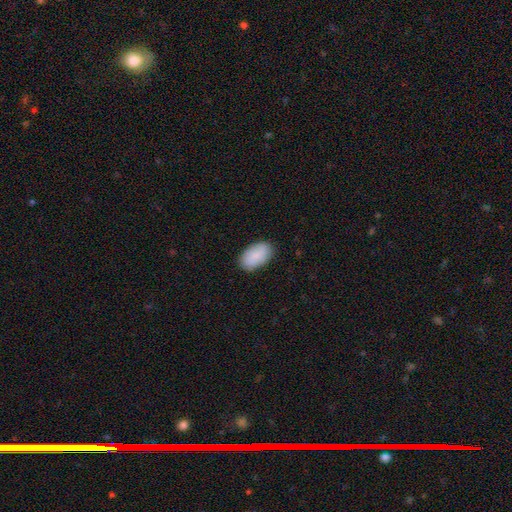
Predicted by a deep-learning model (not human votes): smooth_or_featured: smooth (p=0.86) [alt: featured or disk p=0.08]
how_rounded: in between (p=0.94) [alt: round p=0.04]
merging: none (p=0.86) [alt: minor disturbance p=0.11]